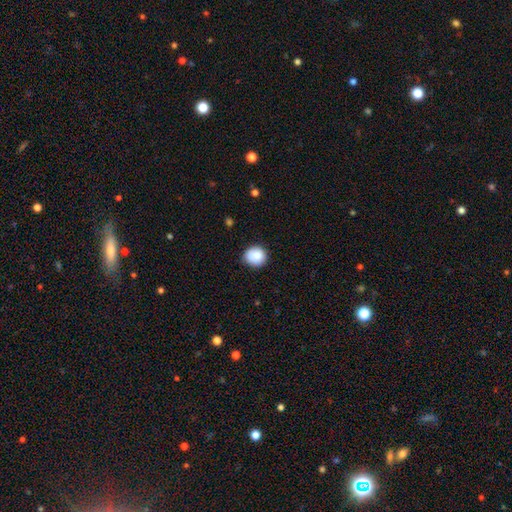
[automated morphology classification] This appears to be a smooth galaxy with no disk features (87%) that is round (86%). Merging: none (82%).